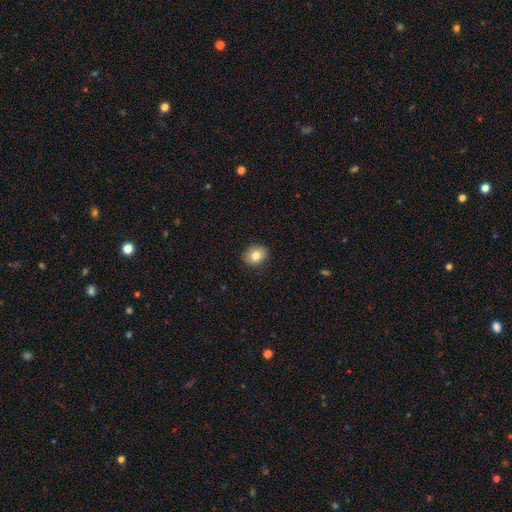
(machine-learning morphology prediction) The model was most divided on "how rounded": round: 59%, in between: 40%, cigar-shaped: 1%. More confident: merging — none (90%); smooth or featured — smooth (81%).